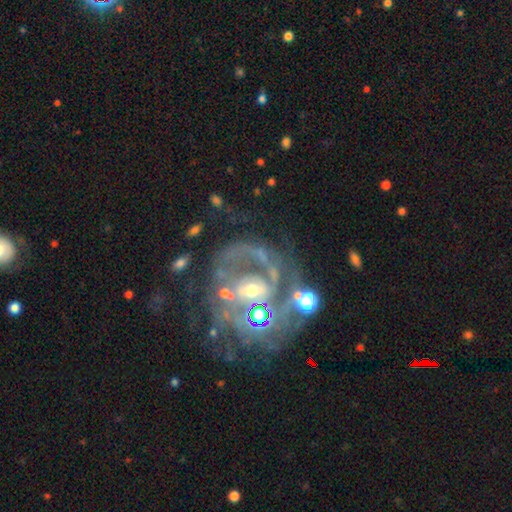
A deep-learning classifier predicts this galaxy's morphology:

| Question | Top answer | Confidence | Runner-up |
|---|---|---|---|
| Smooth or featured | featured or disk | 74% | star or artifact (17%) |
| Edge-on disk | no | 97% | yes (3%) |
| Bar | no | 49% | weak (31%) |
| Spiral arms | yes | 68% | no (32%) |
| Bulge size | small | 52% | moderate (32%) |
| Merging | none | 42% | major disturbance (25%) |